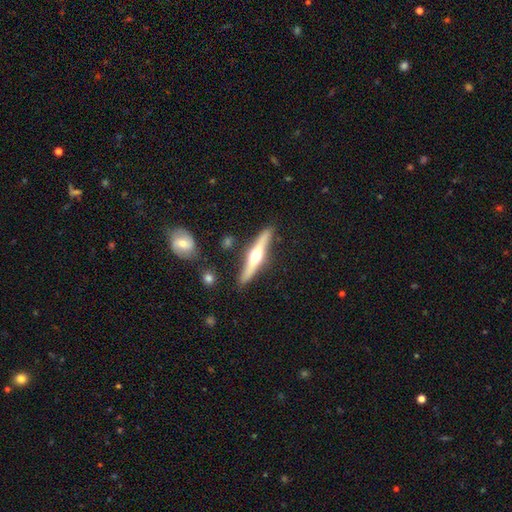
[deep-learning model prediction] This appears to be a featured or disk galaxy (65%) viewed edge-on (96%) with a rounded central bulge (93%). Merging: none (87%).